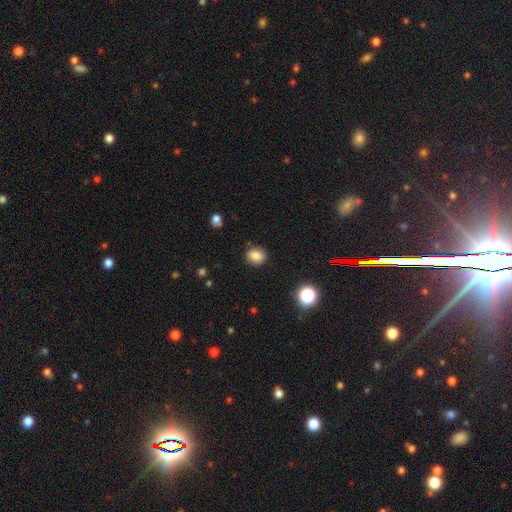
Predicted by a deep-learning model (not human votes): smooth-or-featured: smooth: 83% | star or artifact: 11% | featured or disk: 6%
  how-rounded: round: 67% | in between: 32% | cigar-shaped: 1%
  merging: none: 86% | minor disturbance: 10% | major disturbance: 2% | merger: 2%